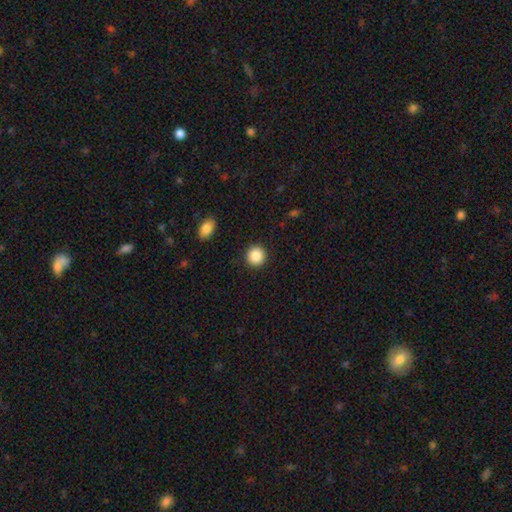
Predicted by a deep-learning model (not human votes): This is clearly a smooth galaxy (88%). How rounded: clearly round (93%). Merging: clearly none (92%).